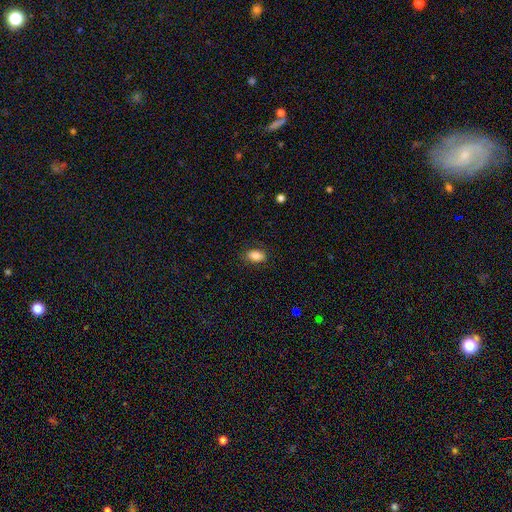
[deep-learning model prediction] smooth_or_featured: smooth (p=0.84) [alt: star or artifact p=0.08]
how_rounded: in between (p=0.87) [alt: round p=0.11]
merging: none (p=0.83) [alt: minor disturbance p=0.13]